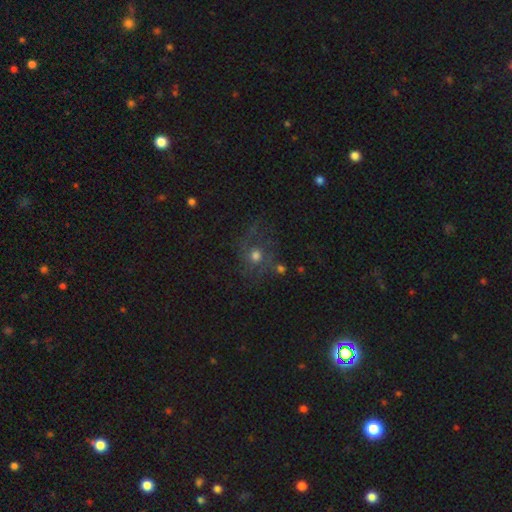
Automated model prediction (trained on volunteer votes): smooth-or-featured: featured or disk: 46% | smooth: 35% | star or artifact: 19%
  merging: none: 57% | major disturbance: 21% | minor disturbance: 18% | merger: 5%